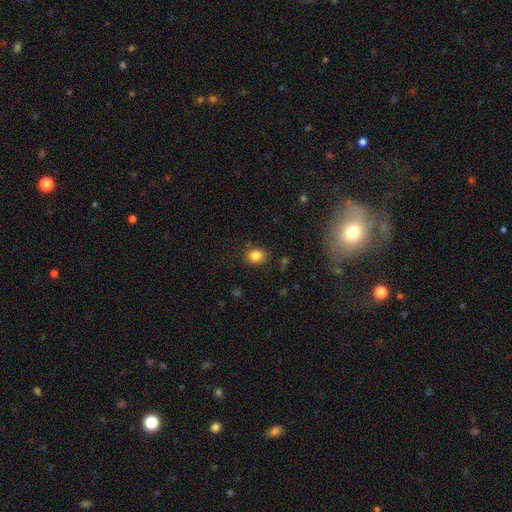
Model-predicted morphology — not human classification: Q: Smooth or featured?
A: smooth (84%); runner-up: star or artifact (11%)
Q: How rounded?
A: round (61%); runner-up: in between (38%)
Q: Merging?
A: none (85%); runner-up: minor disturbance (11%)